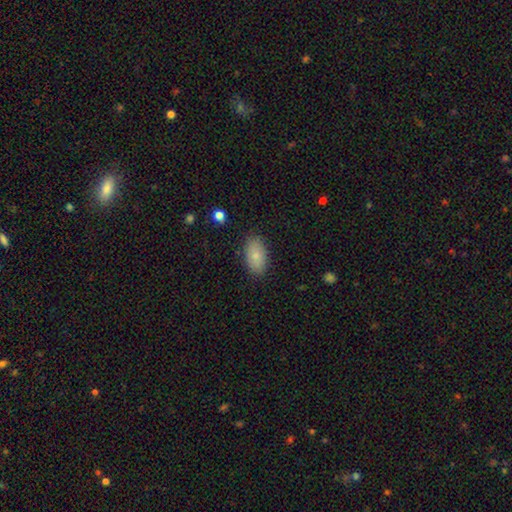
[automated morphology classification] smooth-or-featured: smooth: 81% | featured or disk: 11% | star or artifact: 8%
  how-rounded: in between: 93% | round: 5% | cigar-shaped: 2%
  merging: none: 85% | minor disturbance: 11% | major disturbance: 3% | merger: 1%